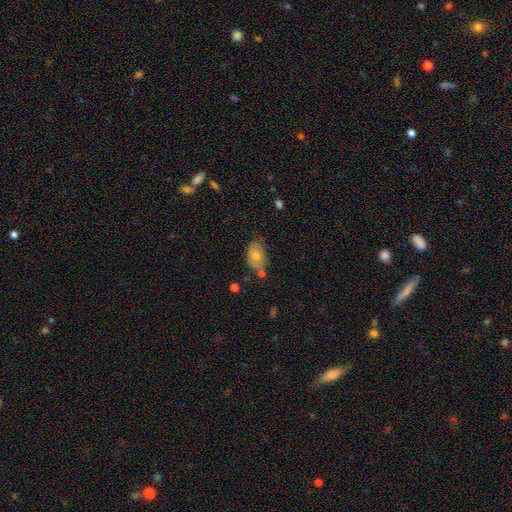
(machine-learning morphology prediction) Smooth or featured? Predicted: smooth (p=0.65). How rounded? Predicted: in between (p=0.85). Merging? Predicted: none (p=0.57).